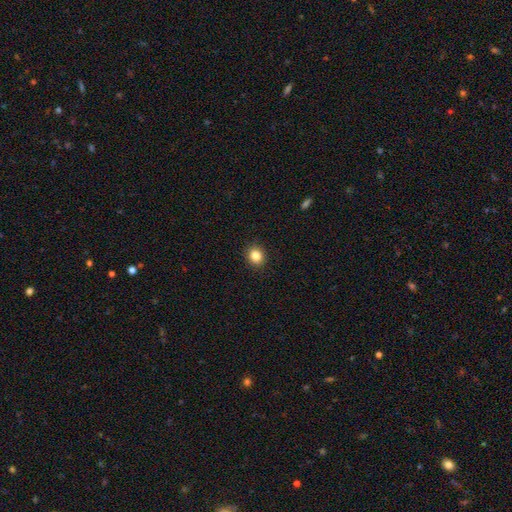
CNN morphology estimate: type=smooth (84%); roundness=round (77%); merging=none (92%).